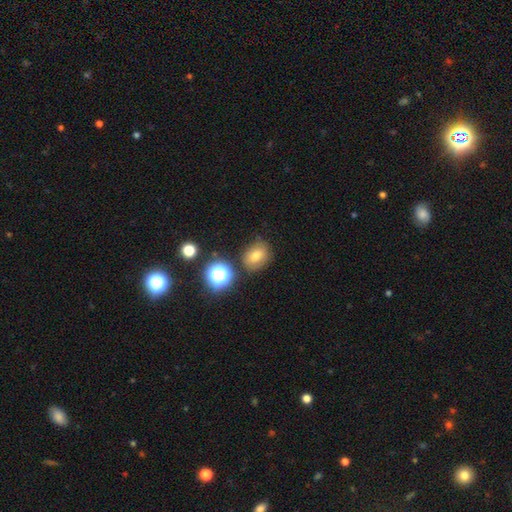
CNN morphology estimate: Overall: smooth (69%). How rounded: round (50%; in between 49%). Merging: none (77%).